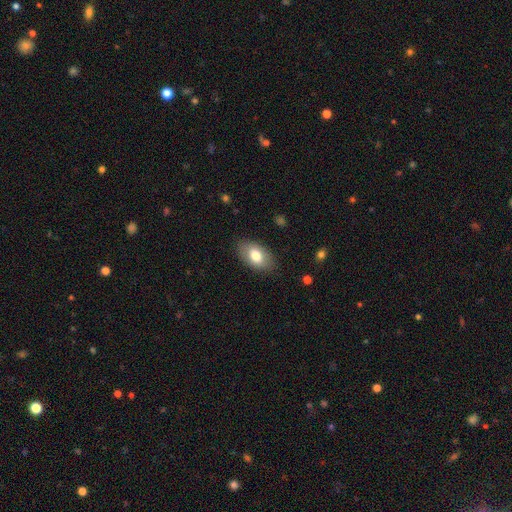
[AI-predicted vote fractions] Q: Smooth or featured?
A: smooth (76%); runner-up: featured or disk (18%)
Q: How rounded?
A: in between (92%); runner-up: round (7%)
Q: Merging?
A: none (84%); runner-up: minor disturbance (12%)